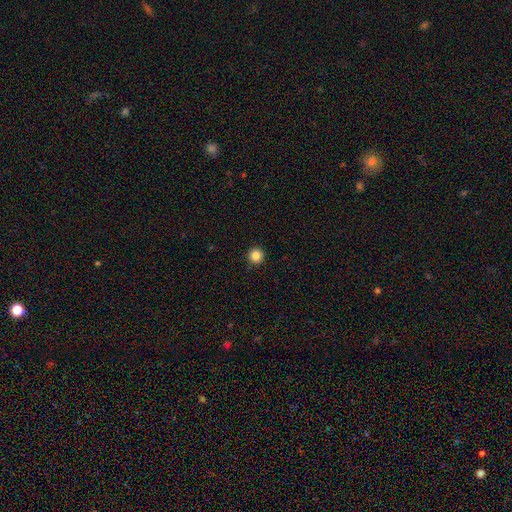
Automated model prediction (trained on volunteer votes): smooth-or-featured: smooth: 86% | star or artifact: 11% | featured or disk: 3%
  how-rounded: round: 96% | in between: 3% | cigar-shaped: 1%
  merging: none: 93% | minor disturbance: 5% | major disturbance: 1% | merger: 1%